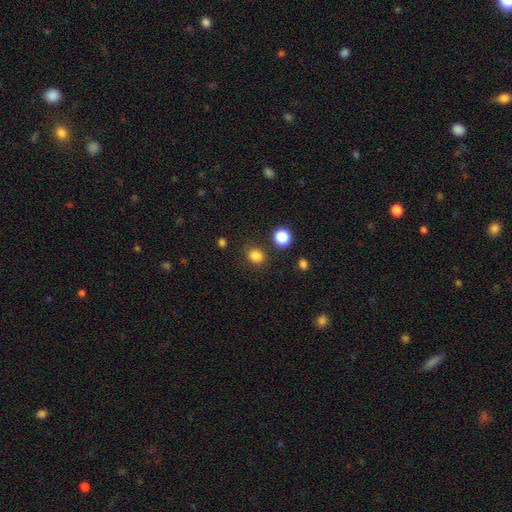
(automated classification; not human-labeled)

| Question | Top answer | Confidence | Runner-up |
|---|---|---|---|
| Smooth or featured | smooth | 84% | star or artifact (12%) |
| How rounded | round | 58% | in between (41%) |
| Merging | none | 82% | minor disturbance (10%) |